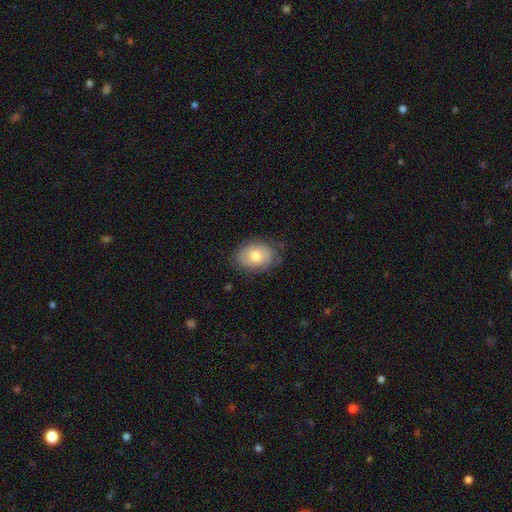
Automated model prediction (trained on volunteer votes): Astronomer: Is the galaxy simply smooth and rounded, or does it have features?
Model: smooth — 65%.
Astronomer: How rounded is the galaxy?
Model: in between — 78%.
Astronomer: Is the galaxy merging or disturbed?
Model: none — 71%.